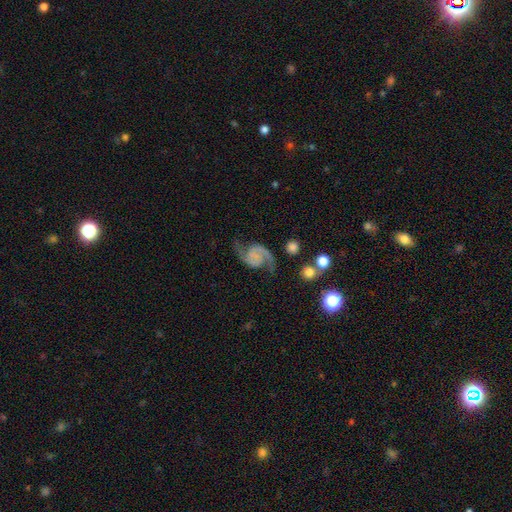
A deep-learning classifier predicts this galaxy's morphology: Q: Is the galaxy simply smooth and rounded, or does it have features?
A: featured or disk — 89%.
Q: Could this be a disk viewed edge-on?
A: no — 98%.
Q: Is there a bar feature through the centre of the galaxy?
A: no — 61%.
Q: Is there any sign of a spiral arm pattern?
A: yes — 98%.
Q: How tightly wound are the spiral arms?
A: medium — 50%.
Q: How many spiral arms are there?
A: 2 — 94%.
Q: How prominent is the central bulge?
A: none — 63%.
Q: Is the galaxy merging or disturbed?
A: none — 72%.